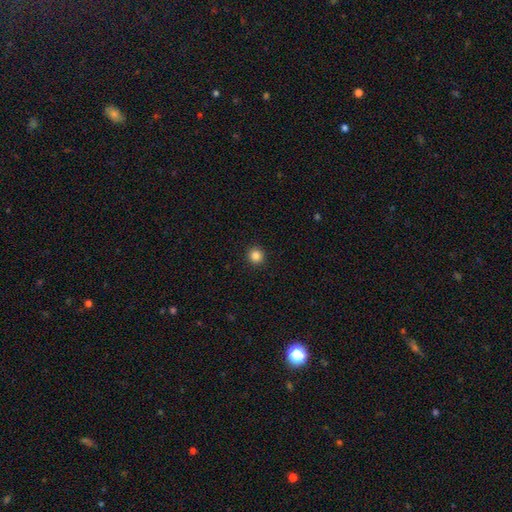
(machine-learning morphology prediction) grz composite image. It shows a smooth galaxy with no disk features (85%) that is round (93%). Merging: none (93%).